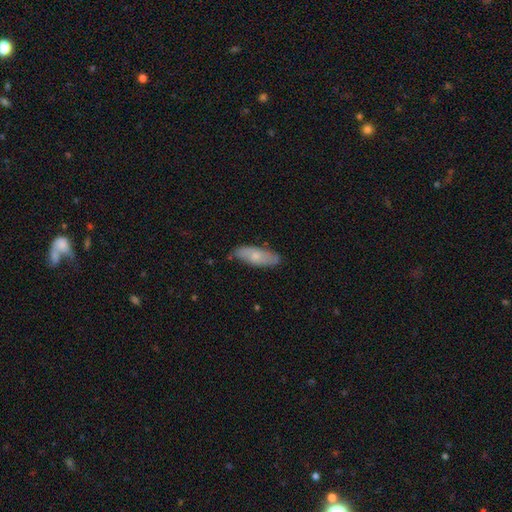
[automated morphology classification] The model was most divided on "how rounded": in between: 65%, cigar-shaped: 33%, round: 2%. More confident: merging — none (79%); smooth or featured — smooth (65%).